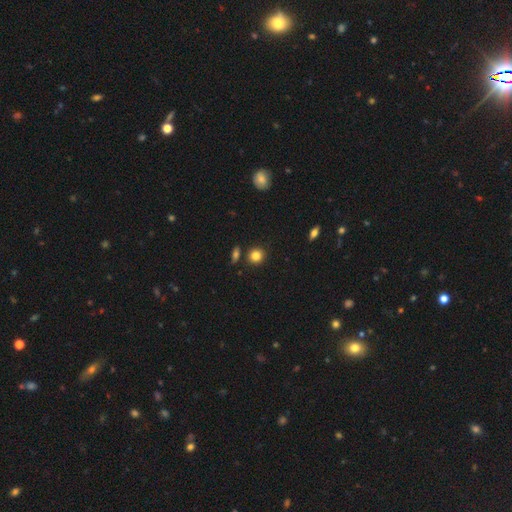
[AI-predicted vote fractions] smooth 84%, star or artifact 11%, featured or disk 6%. Down the decision tree: how rounded — round (86%); merging — none (83%).